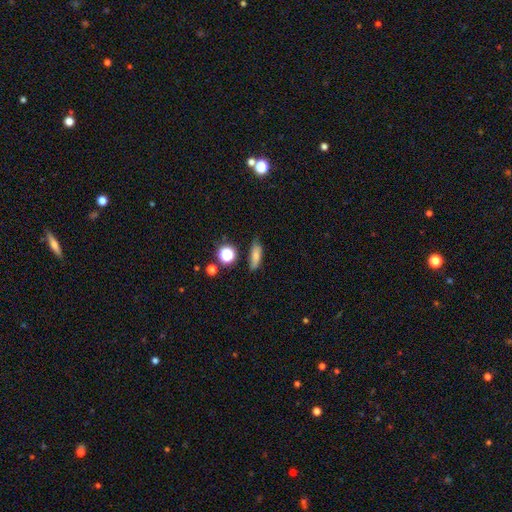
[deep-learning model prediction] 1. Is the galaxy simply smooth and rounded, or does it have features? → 74% smooth, 13% featured or disk, 13% star or artifact.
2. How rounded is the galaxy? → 48% in between, 43% cigar-shaped, 9% round.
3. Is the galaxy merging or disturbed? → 72% none, 20% minor disturbance, 5% major disturbance, 3% merger.